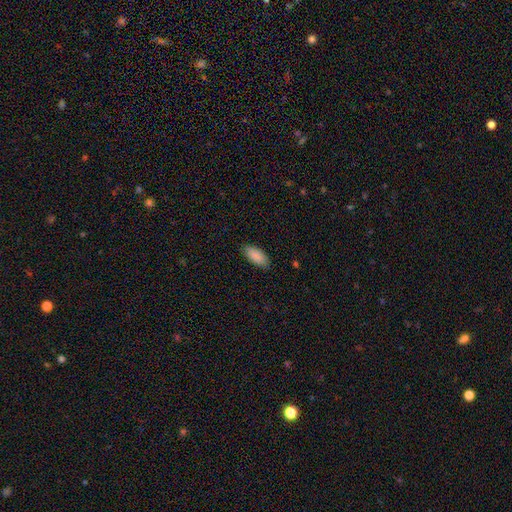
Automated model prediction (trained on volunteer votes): Smooth or featured: smooth — 89% (star or artifact — 6%)
How rounded: in between — 87% (cigar-shaped — 11%)
Merging: none — 85% (minor disturbance — 12%)